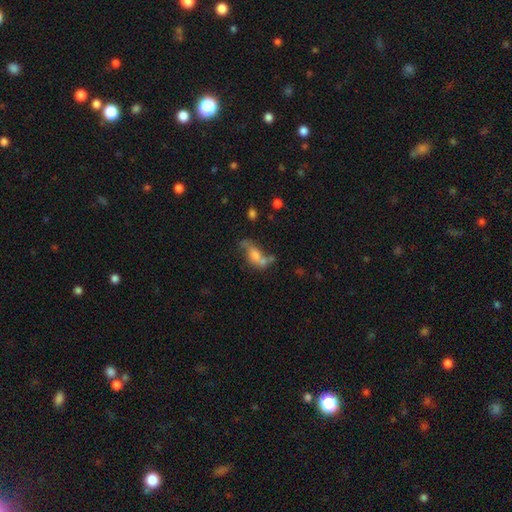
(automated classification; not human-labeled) Smooth or featured? Predicted: featured or disk (p=0.46). Merging? Predicted: none (p=0.34).